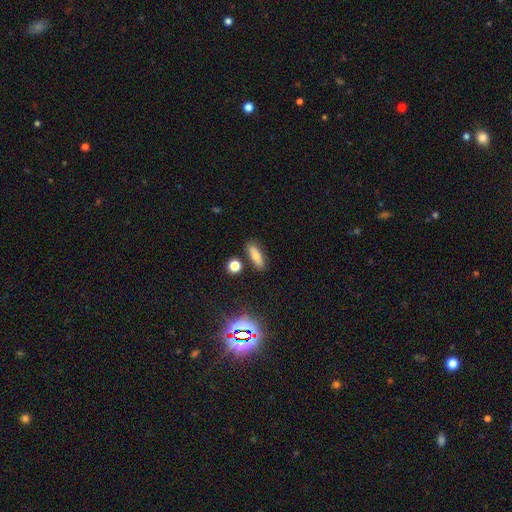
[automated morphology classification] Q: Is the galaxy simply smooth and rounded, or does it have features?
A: smooth — 74%.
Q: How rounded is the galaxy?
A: in between — 53%.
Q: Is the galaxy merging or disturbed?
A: none — 81%.